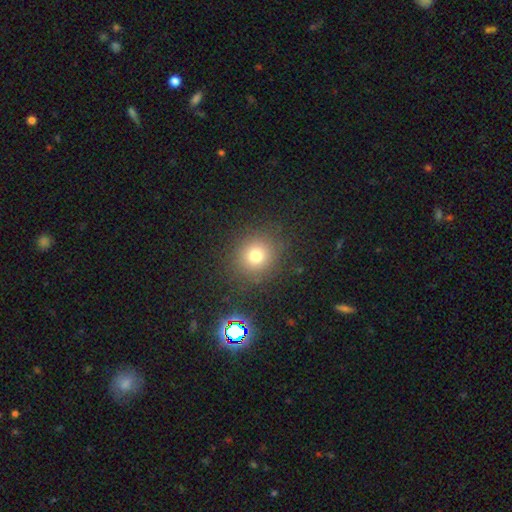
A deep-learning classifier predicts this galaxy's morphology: A smooth galaxy with no disk features (75%) that is round (89%).

Vote fractions:
- Smooth or featured? smooth: 75% / star or artifact: 17% / featured or disk: 8%
- How rounded? round: 89% / in between: 10% / cigar-shaped: 1%
- Merging? none: 86% / minor disturbance: 8% / major disturbance: 4% / merger: 2%